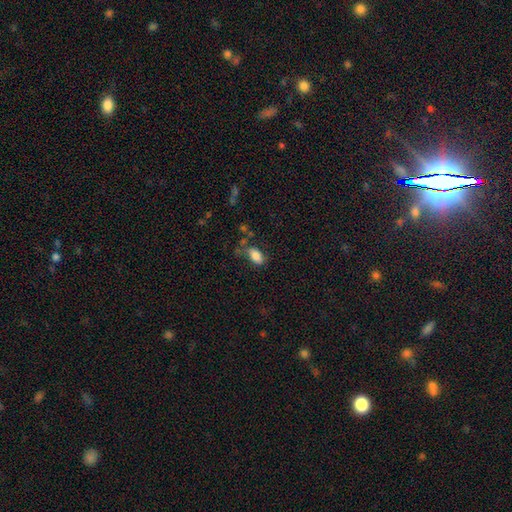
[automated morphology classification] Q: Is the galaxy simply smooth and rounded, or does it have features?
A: smooth — 83%.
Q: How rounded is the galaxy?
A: in between — 91%.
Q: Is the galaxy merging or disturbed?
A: none — 59%.